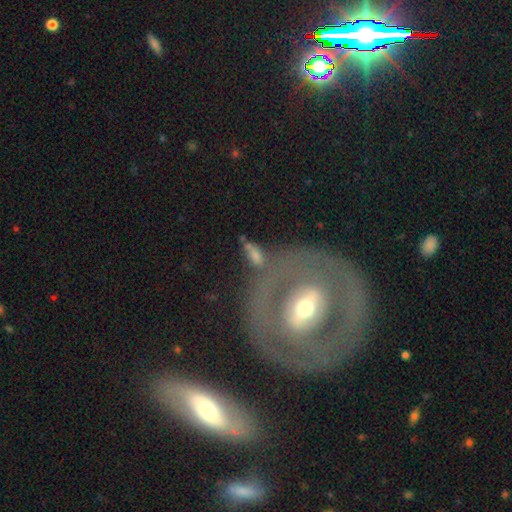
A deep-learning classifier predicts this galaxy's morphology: Smooth or featured? Predicted: featured or disk (p=0.55). Edge-on disk? Predicted: no (p=0.77). Merging? Predicted: none (p=0.63).